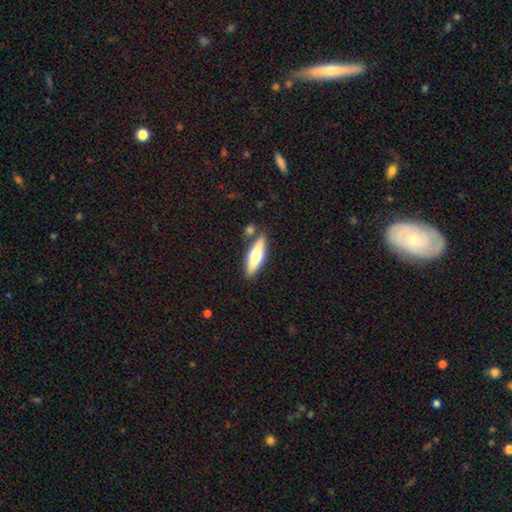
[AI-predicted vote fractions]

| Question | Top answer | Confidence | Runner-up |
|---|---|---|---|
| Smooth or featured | smooth | 57% | featured or disk (37%) |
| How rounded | cigar-shaped | 62% | in between (36%) |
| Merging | none | 78% | minor disturbance (11%) |